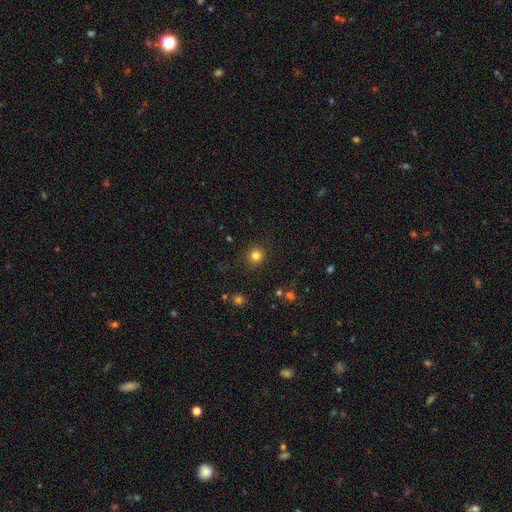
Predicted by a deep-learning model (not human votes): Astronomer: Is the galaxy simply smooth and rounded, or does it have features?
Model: smooth — 82%.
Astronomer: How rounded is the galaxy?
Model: round — 92%.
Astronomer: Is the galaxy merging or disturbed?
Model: none — 90%.